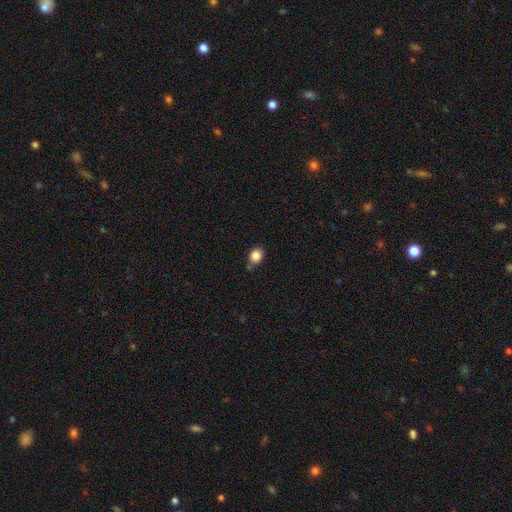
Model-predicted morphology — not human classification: A smooth galaxy with no disk features (85%) that is round (50%). Merging: none (72%).